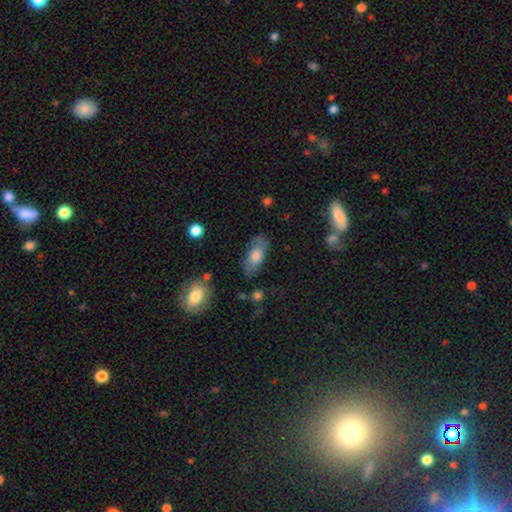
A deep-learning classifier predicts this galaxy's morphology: A smooth galaxy with no disk features (69%) that is in between round and cigar-shaped (84%). Merging: none (74%).